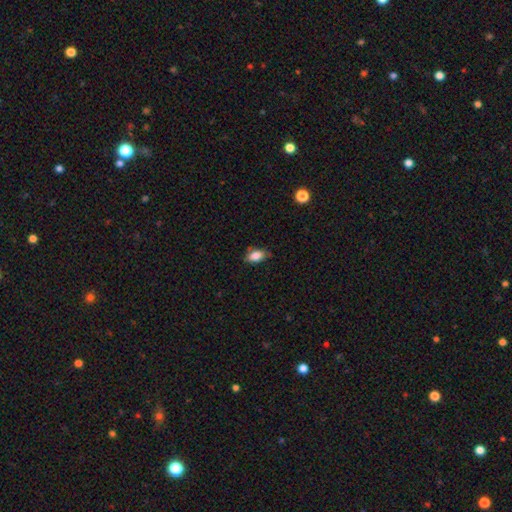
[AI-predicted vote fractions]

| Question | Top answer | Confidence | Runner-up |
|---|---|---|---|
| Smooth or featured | smooth | 84% | featured or disk (8%) |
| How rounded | in between | 90% | round (6%) |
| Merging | none | 76% | minor disturbance (19%) |